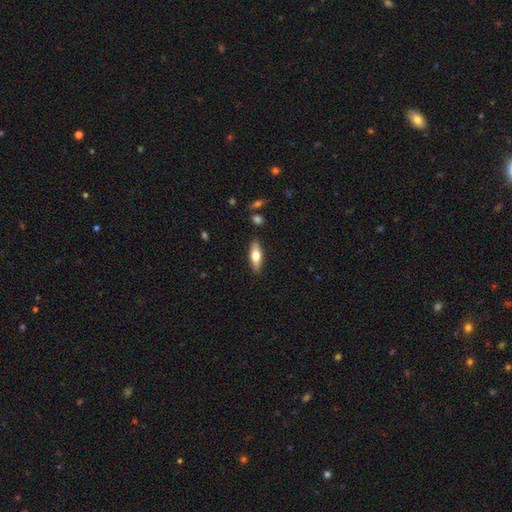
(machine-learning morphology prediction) A smooth galaxy with no disk features (58%) that is in between round and cigar-shaped (54%). Merging: none (87%).